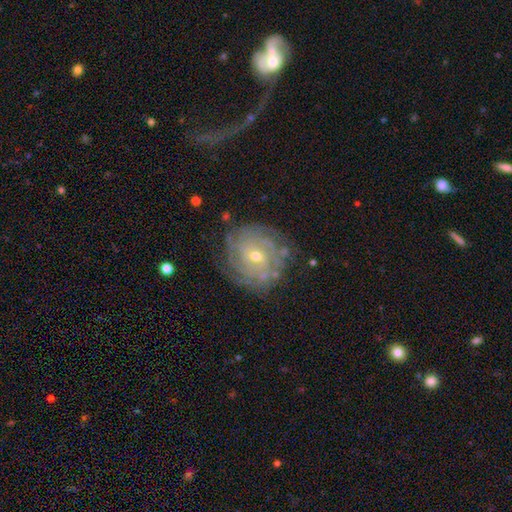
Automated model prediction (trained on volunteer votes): Smooth or featured: featured or disk — 82% (smooth — 10%)
Edge-on disk: no — 97% (yes — 3%)
Bar: no — 61% (weak — 32%)
Spiral arms: yes — 92% (no — 8%)
Spiral winding: tight — 79% (medium — 17%)
Spiral arm count: can't tell — 44% (4 — 15%)
Bulge size: small — 51% (moderate — 46%)
Merging: none — 78% (minor disturbance — 15%)